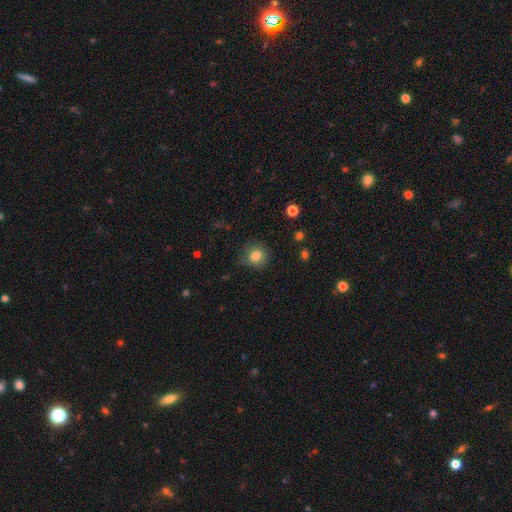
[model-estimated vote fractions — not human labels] smooth 83%, star or artifact 10%, featured or disk 7%. Down the decision tree: how rounded — round (87%); merging — none (79%).